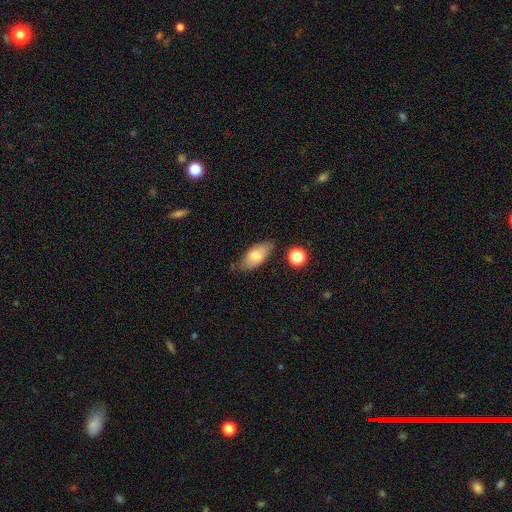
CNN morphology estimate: A smooth galaxy with no disk features (75%) that is in between round and cigar-shaped (87%). Merging: none (72%).